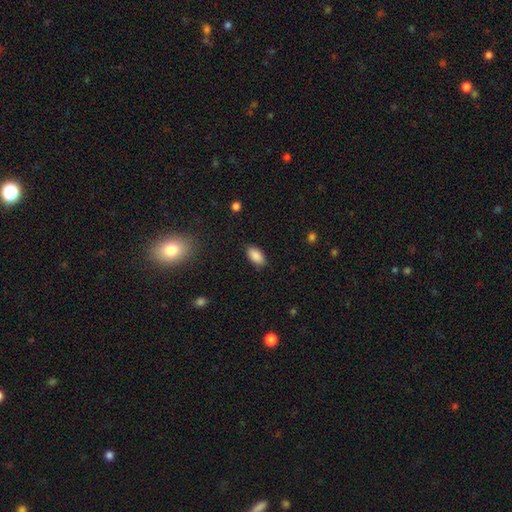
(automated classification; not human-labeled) Overall: smooth (88%). How rounded: in between (93%). Merging: none (84%).